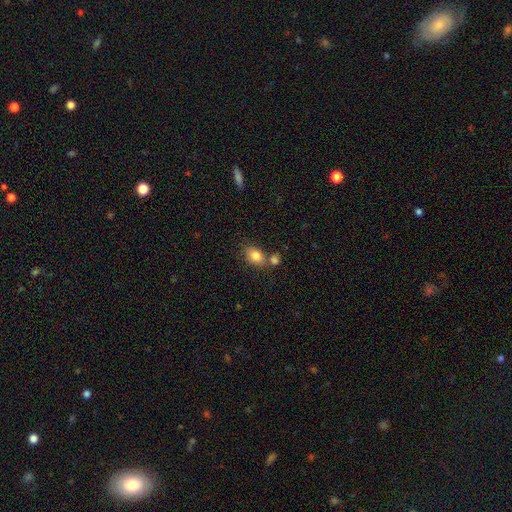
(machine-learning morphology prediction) Smooth or featured?
  - smooth: 82% *
  - star or artifact: 9%
  - featured or disk: 8%
How rounded?
  - in between: 74% *
  - round: 24%
  - cigar-shaped: 1%
Merging?
  - none: 58% *
  - merger: 25%
  - minor disturbance: 14%
  - major disturbance: 4%